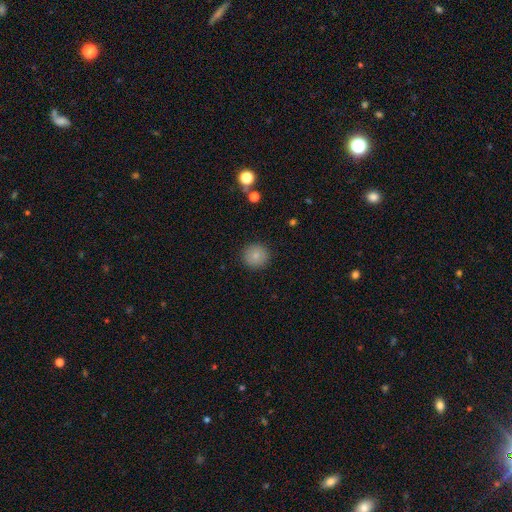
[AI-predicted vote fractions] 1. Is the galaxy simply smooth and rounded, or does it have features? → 82% smooth, 10% star or artifact, 8% featured or disk.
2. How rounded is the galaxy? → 94% round, 5% in between, 1% cigar-shaped.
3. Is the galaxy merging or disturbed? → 91% none, 6% minor disturbance, 2% major disturbance, 1% merger.